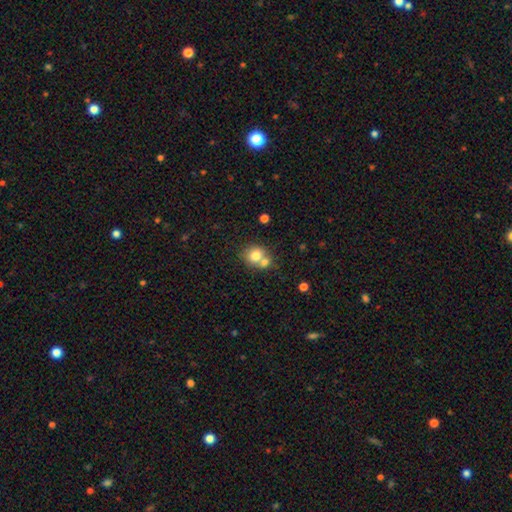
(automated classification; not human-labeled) smooth-or-featured: smooth: 78% | featured or disk: 12% | star or artifact: 10%
  how-rounded: round: 77% | in between: 22% | cigar-shaped: 1%
  merging: merger: 48% | none: 41% | minor disturbance: 8% | major disturbance: 3%